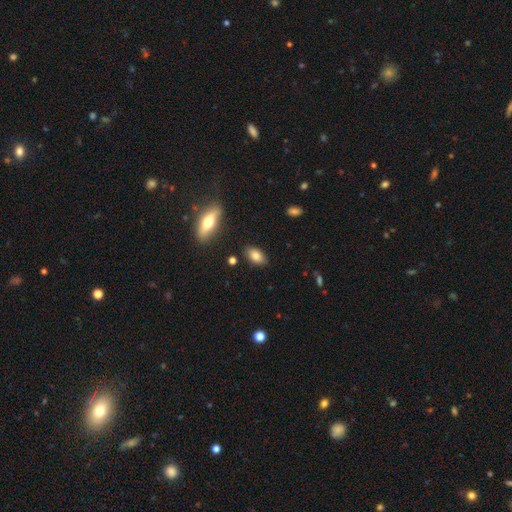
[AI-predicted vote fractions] Smooth or featured? smooth (81%)
How rounded? in between (89%)
Merging? none (86%)